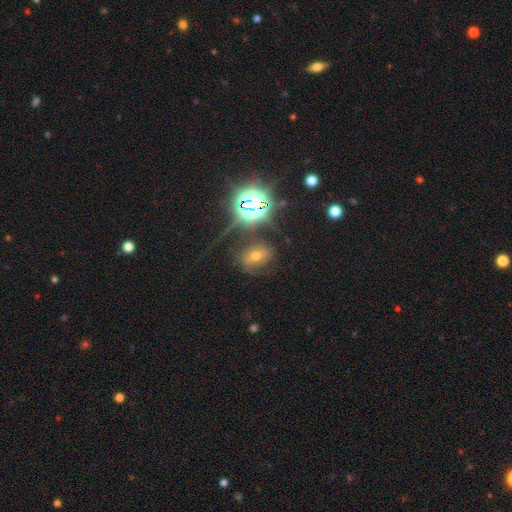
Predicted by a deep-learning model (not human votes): Overall: star or artifact (40%; smooth 34%).